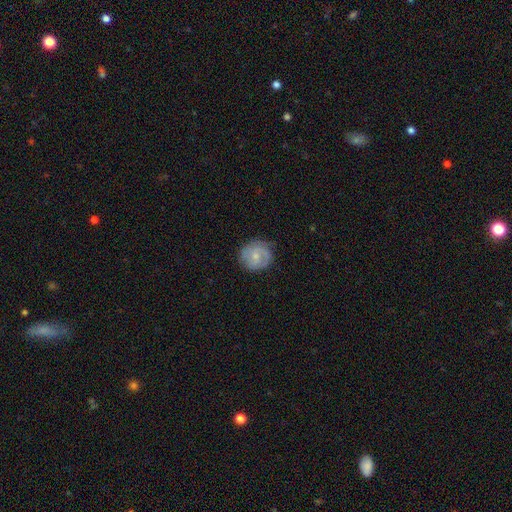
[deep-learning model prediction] smooth-or-featured: featured or disk: 47% (tied) | smooth: 47% (tied) | star or artifact: 7%
  merging: none: 74% | minor disturbance: 19% | major disturbance: 6% | merger: 1%